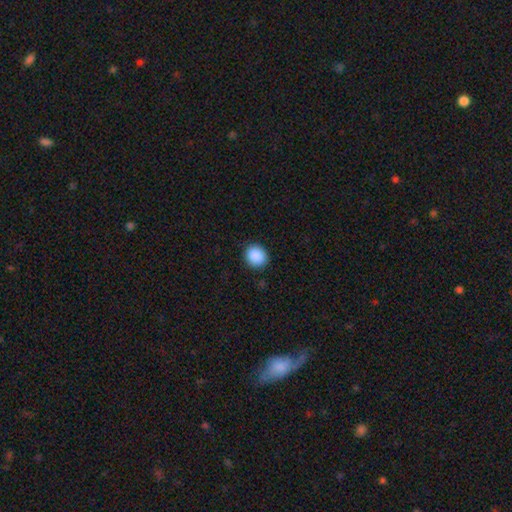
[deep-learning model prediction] smooth-or-featured: smooth: 89% | star or artifact: 8% | featured or disk: 2%
  how-rounded: round: 81% | in between: 18% | cigar-shaped: 1%
  merging: none: 89% | minor disturbance: 8% | major disturbance: 2% | merger: 1%